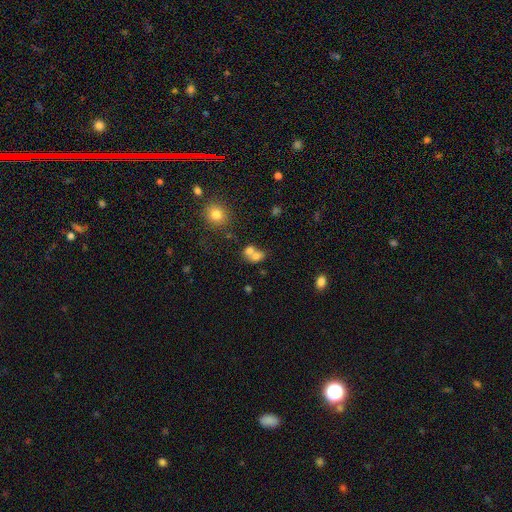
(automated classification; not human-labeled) smooth-or-featured: smooth: 71% | featured or disk: 16% | star or artifact: 13%
  how-rounded: in between: 51% | round: 48% | cigar-shaped: 1%
  merging: merger: 64% | none: 25% | minor disturbance: 7% | major disturbance: 4%